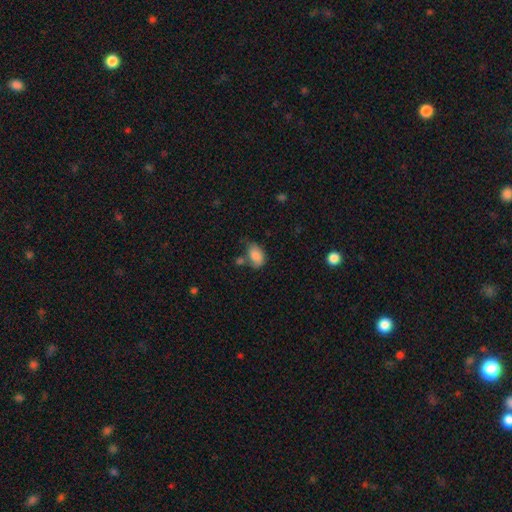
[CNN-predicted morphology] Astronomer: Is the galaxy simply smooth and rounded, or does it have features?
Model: smooth — 84%.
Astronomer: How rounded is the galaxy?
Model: in between — 86%.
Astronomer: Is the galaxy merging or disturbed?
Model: none — 47% (runner-up: minor disturbance, 29%).